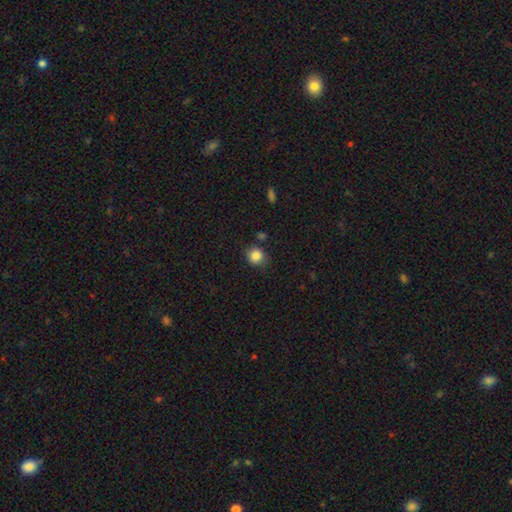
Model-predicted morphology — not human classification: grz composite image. It shows a smooth galaxy with no disk features (86%) that is round (83%). Merging: none (78%).